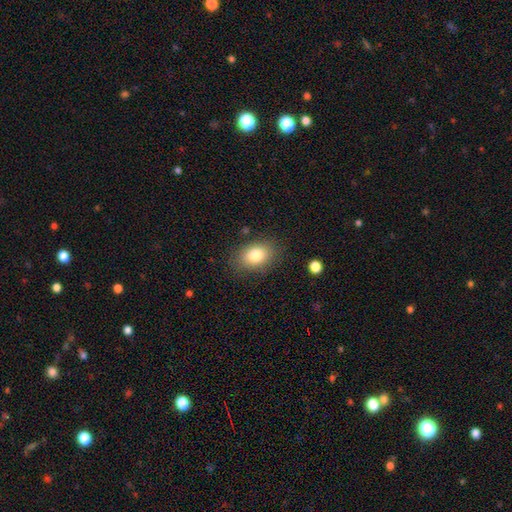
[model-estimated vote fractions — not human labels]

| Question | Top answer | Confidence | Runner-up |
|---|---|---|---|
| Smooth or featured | smooth | 81% | featured or disk (10%) |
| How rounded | in between | 80% | round (19%) |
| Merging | none | 83% | minor disturbance (11%) |